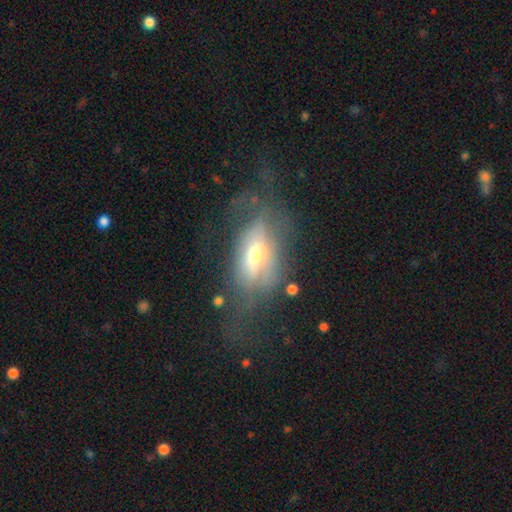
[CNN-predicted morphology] This appears to be a featured or disk galaxy (49%). Merging: major disturbance (39%).